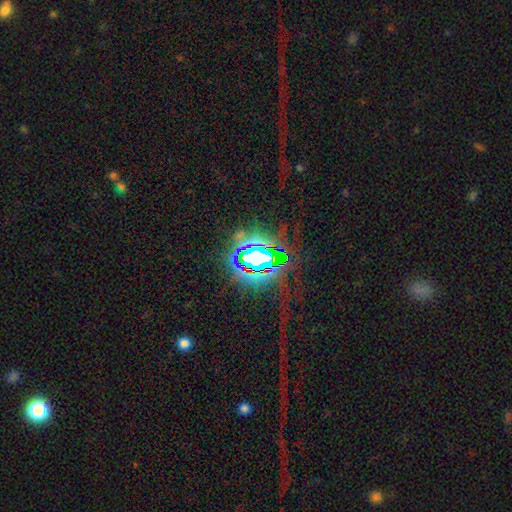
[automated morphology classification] Overall: star or artifact (80%).